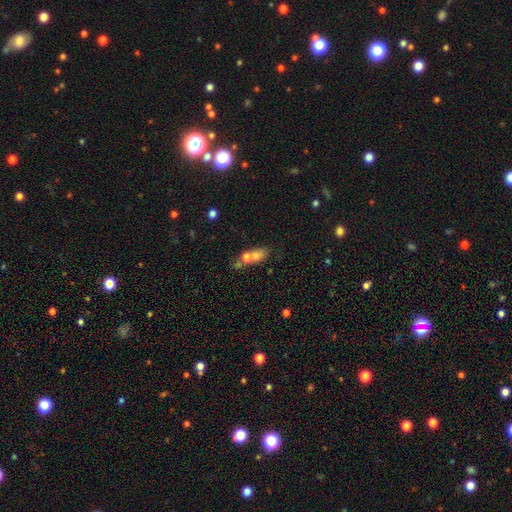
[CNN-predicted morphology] Smooth or featured? Predicted: smooth (p=0.64). How rounded? Predicted: in between (p=0.59). Merging? Predicted: merger (p=0.55).